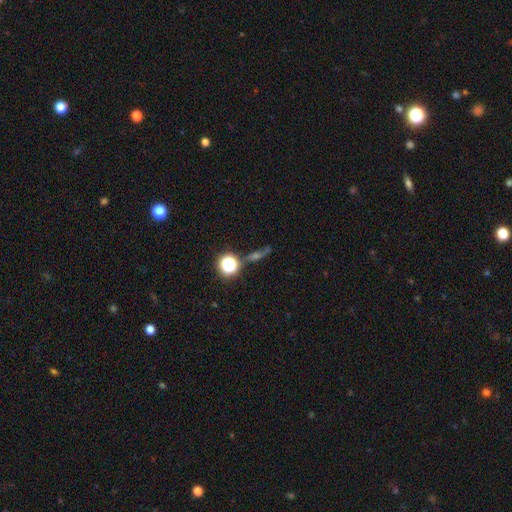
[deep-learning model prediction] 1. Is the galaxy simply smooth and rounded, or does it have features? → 45% star or artifact, 31% smooth, 24% featured or disk.